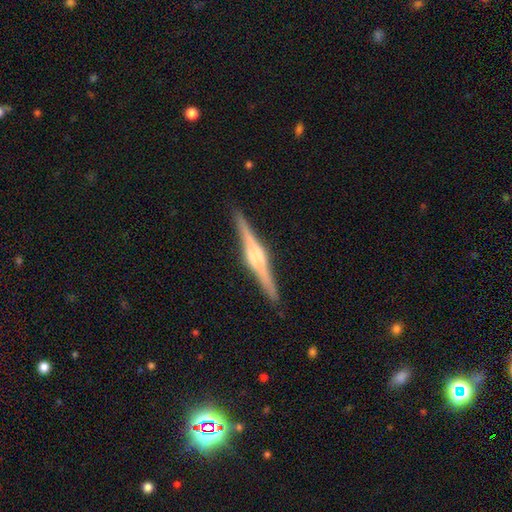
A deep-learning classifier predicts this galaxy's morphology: The model was most divided on "edge-on bulge": rounded: 64%, boxy: 30%, none: 5%. More confident: edge-on disk — yes (98%); merging — none (90%); smooth or featured — featured or disk (84%).